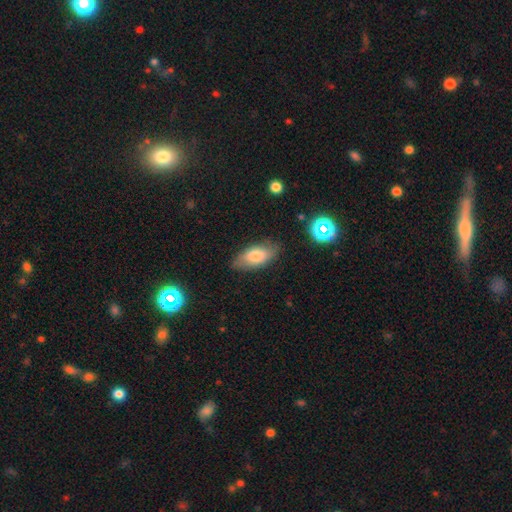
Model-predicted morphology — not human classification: Smooth or featured? smooth (75%)
How rounded? in between (87%)
Merging? none (77%)